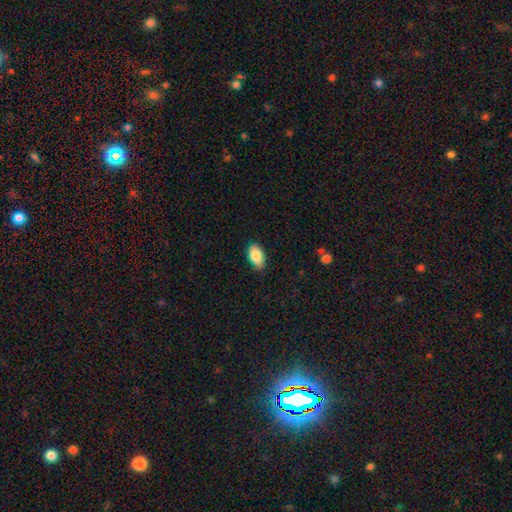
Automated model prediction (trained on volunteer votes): Overall: smooth (85%). How rounded: in between (92%). Merging: none (78%).